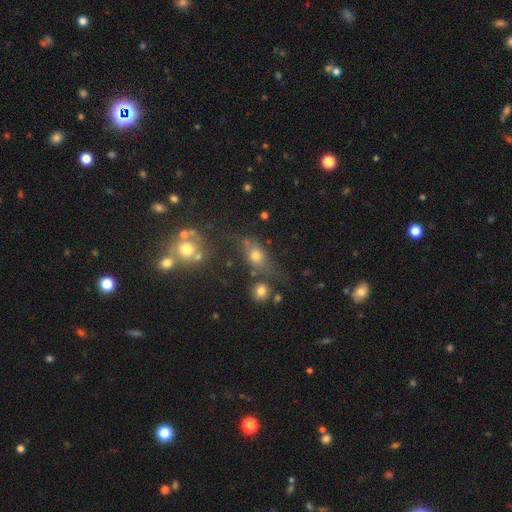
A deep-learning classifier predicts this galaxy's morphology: This is likely a smooth galaxy (66%). How rounded: possibly in between (59%). Merging: possibly none (58%).